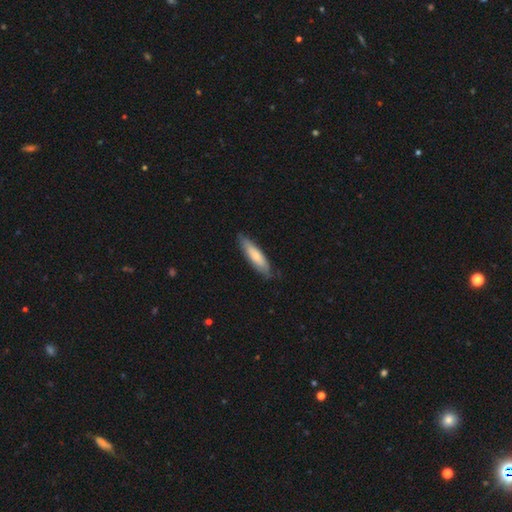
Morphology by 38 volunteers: type=smooth (74%); roundness=cigar-shaped (57%); merging=none (66%).